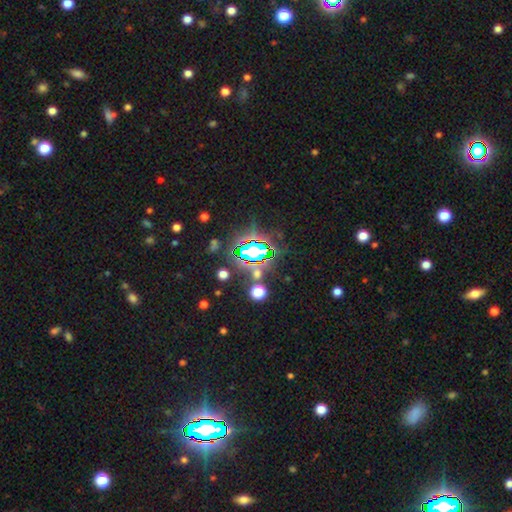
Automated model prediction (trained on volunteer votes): Smooth or featured: star or artifact — 83% (smooth — 9%)